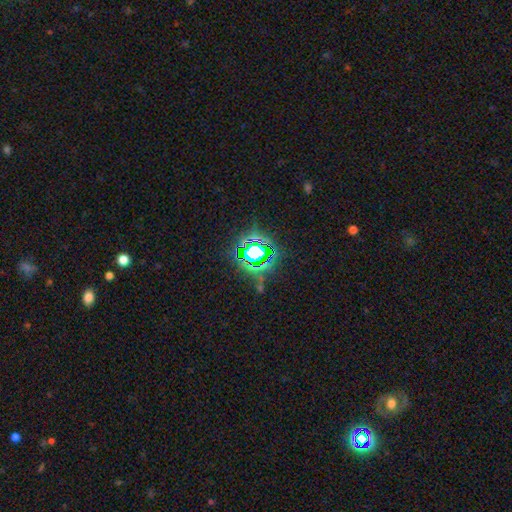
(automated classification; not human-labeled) Smooth or featured?
  - star or artifact: 75% *
  - smooth: 15%
  - featured or disk: 11%